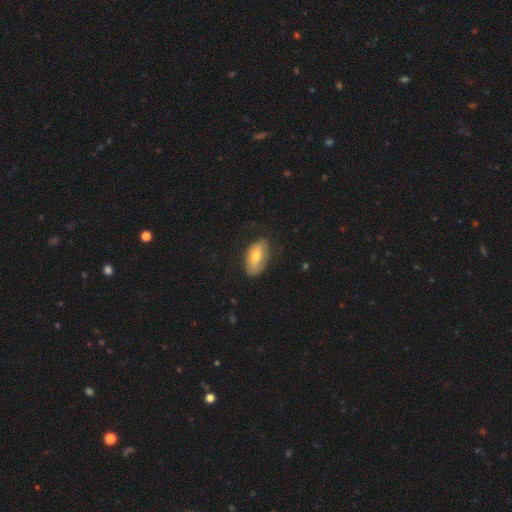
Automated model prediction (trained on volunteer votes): A smooth galaxy with no disk features (65%) that is in between round and cigar-shaped (93%). Merging: none (71%).